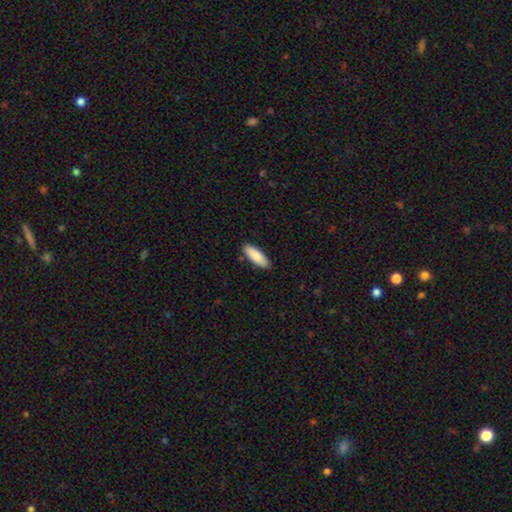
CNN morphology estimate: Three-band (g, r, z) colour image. It shows a smooth galaxy with no disk features (88%) that is in between round and cigar-shaped (63%). Merging: none (88%).